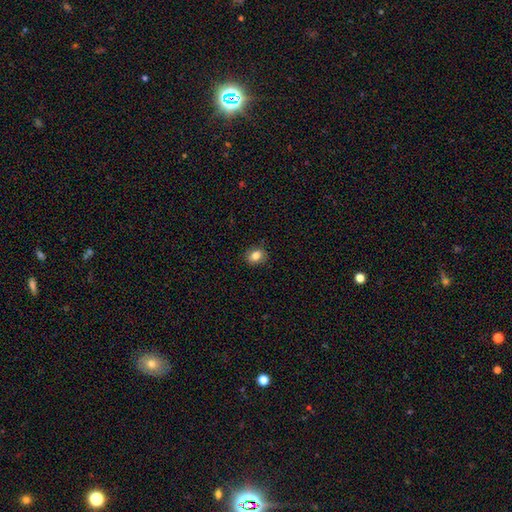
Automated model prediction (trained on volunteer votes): Smooth or featured? Predicted: smooth (p=0.83). How rounded? Predicted: round (p=0.52). Merging? Predicted: none (p=0.87).